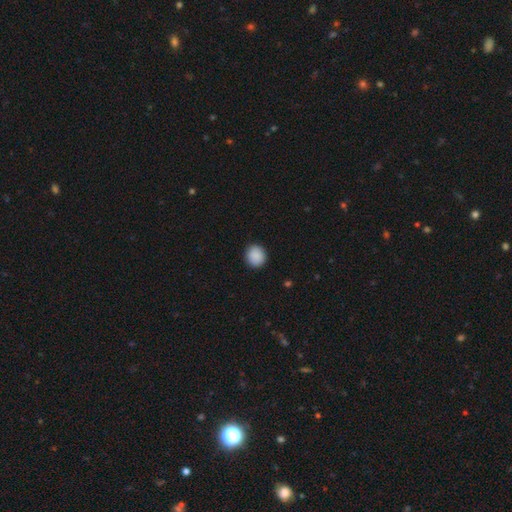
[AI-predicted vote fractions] smooth_or_featured: smooth (p=0.90) [alt: star or artifact p=0.08]
how_rounded: round (p=0.85) [alt: in between p=0.14]
merging: none (p=0.91) [alt: minor disturbance p=0.06]